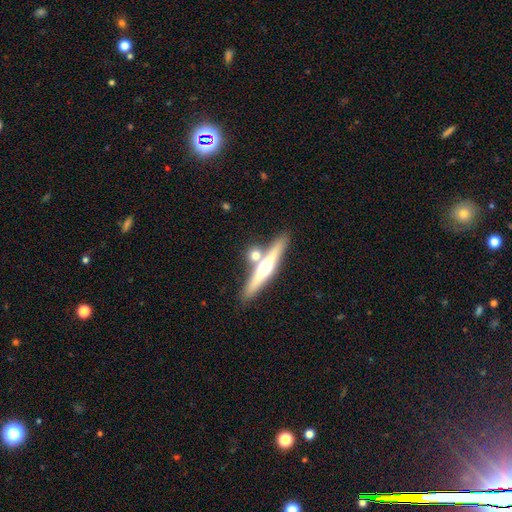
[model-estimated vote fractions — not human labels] Q: Smooth or featured?
A: featured or disk (58%); runner-up: smooth (35%)
Q: Edge-on disk?
A: yes (93%); runner-up: no (7%)
Q: Edge-on bulge?
A: rounded (92%); runner-up: none (5%)
Q: Merging?
A: none (70%); runner-up: merger (18%)